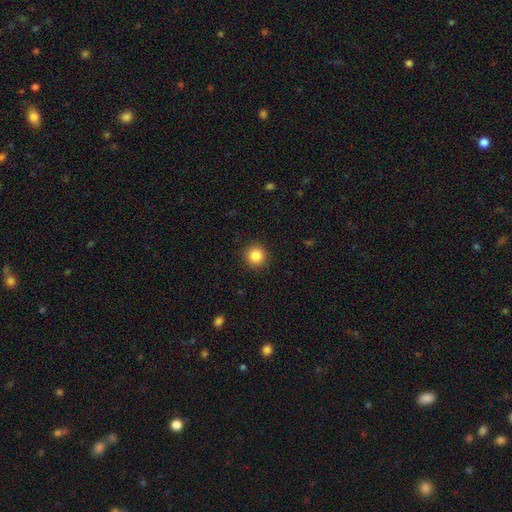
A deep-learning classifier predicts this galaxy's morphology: A smooth galaxy with no disk features (86%) that is round (94%). Merging: none (91%).